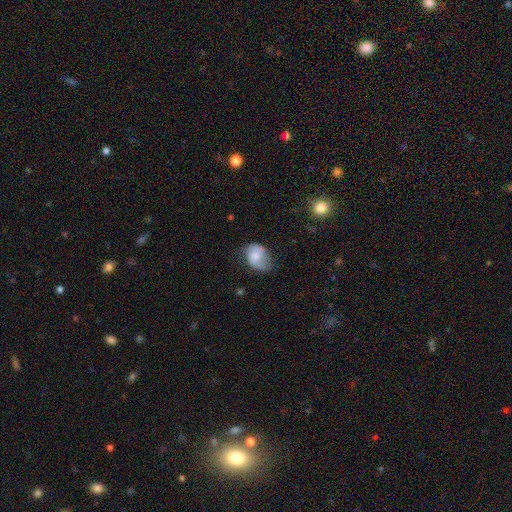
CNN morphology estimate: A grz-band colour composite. It shows a smooth galaxy with no disk features (52%) that is in between round and cigar-shaped (70%). Merging: none (48%).